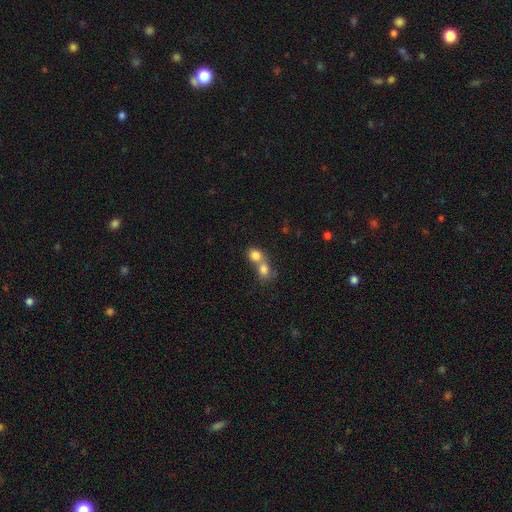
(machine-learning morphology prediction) The model was most divided on "how rounded": round: 68%, in between: 31%, cigar-shaped: 1%. More confident: smooth or featured — smooth (79%); merging — merger (66%).